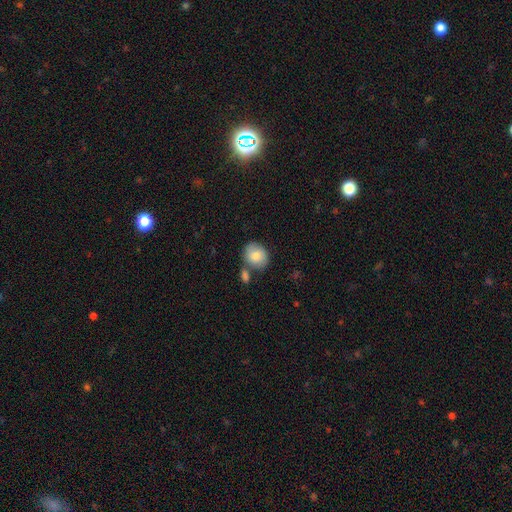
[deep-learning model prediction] A smooth galaxy with no disk features (79%) that is round (65%).

Vote fractions:
- Smooth or featured? smooth: 79% / featured or disk: 14% / star or artifact: 7%
- How rounded? round: 65% / in between: 34% / cigar-shaped: 1%
- Merging? none: 57% / merger: 22% / minor disturbance: 16% / major disturbance: 5%